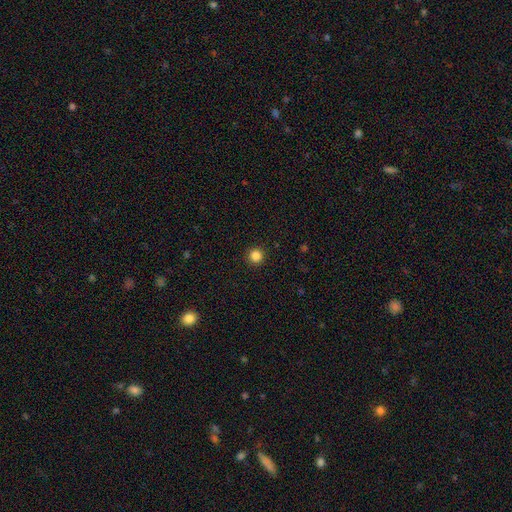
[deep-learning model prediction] Smooth or featured? smooth (85%)
How rounded? round (96%)
Merging? none (93%)